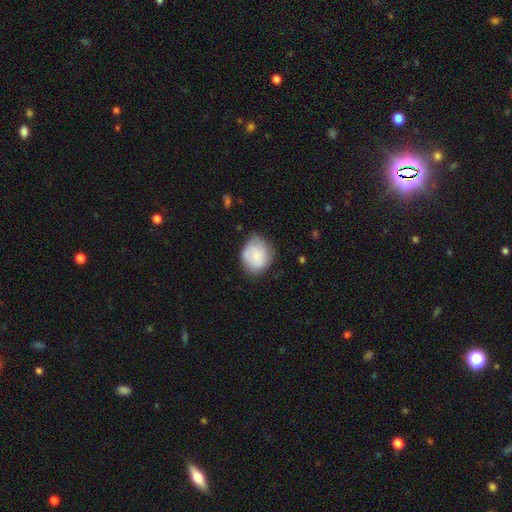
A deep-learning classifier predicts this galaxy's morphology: A smooth galaxy with no disk features (74%) that is round (65%).

Vote fractions:
- Smooth or featured? smooth: 74% / featured or disk: 20% / star or artifact: 7%
- How rounded? round: 65% / in between: 35% / cigar-shaped: 1%
- Merging? none: 60% / minor disturbance: 30% / major disturbance: 8% / merger: 2%